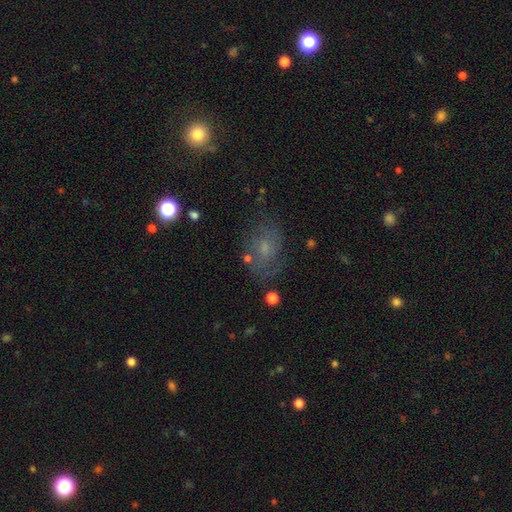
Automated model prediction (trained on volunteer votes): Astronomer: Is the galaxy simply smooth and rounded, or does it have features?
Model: featured or disk — 50% (runner-up: smooth, 35%).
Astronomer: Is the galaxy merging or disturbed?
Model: none — 61%.